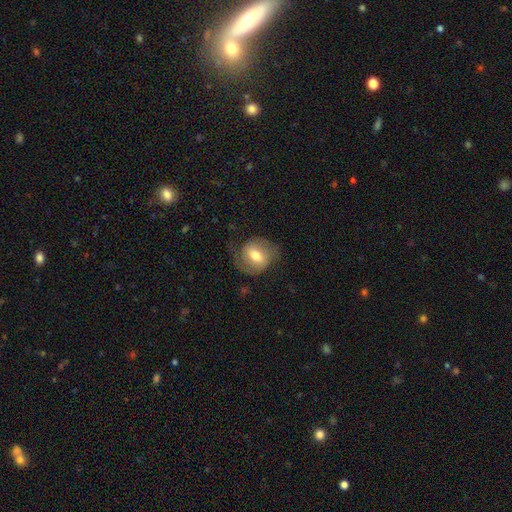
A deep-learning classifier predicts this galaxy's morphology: A featured or disk galaxy (52%).

Vote fractions:
- Smooth or featured? featured or disk: 52% / smooth: 41% / star or artifact: 7%
- Edge-on disk? no: 95% / yes: 5%
- Merging? none: 61% / minor disturbance: 21% / major disturbance: 16% / merger: 1%